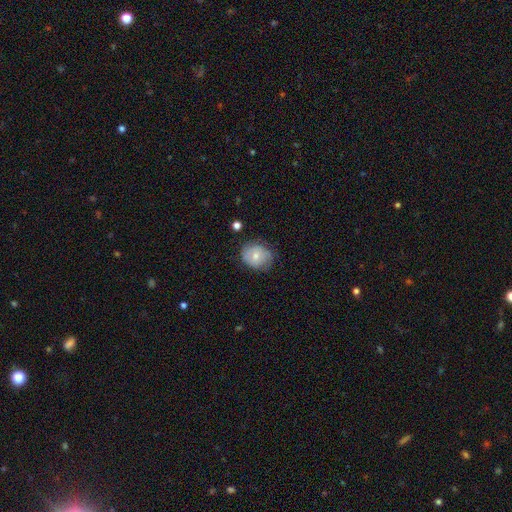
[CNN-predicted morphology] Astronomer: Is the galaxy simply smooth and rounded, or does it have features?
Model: smooth — 64%.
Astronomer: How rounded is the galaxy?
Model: round — 61% (runner-up: in between, 38%).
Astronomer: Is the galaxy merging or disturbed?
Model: none — 69%.